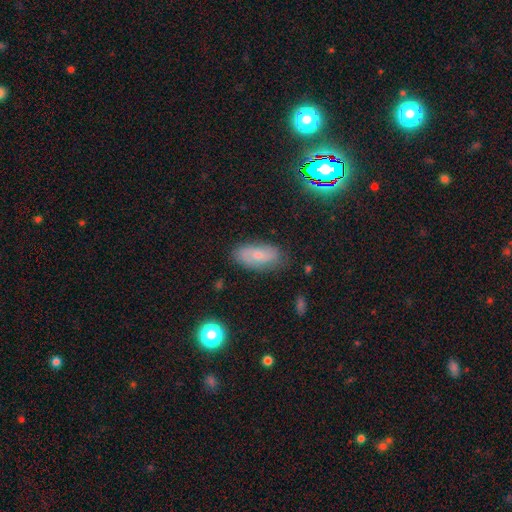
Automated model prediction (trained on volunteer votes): A smooth galaxy with no disk features (54%) that is in between round and cigar-shaped (88%). Merging: none (77%).